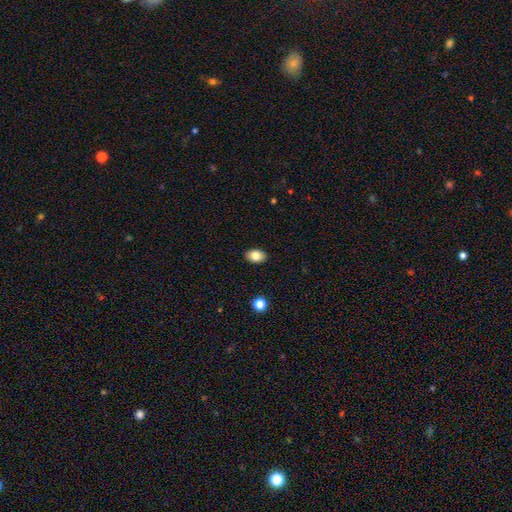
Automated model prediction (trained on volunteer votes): Overall: smooth (83%). How rounded: in between (85%). Merging: none (90%).